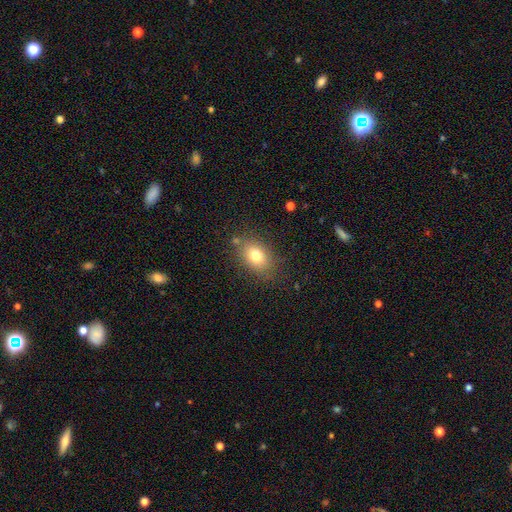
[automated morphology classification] A smooth galaxy with no disk features (77%) that is in between round and cigar-shaped (75%).

Vote fractions:
- Smooth or featured? smooth: 77% / featured or disk: 12% / star or artifact: 11%
- How rounded? in between: 75% / round: 23% / cigar-shaped: 2%
- Merging? none: 79% / minor disturbance: 14% / major disturbance: 4% / merger: 3%